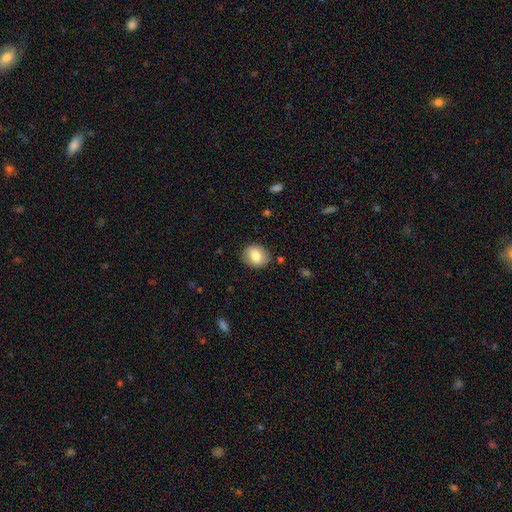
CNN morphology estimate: smooth-or-featured: smooth: 79% | featured or disk: 13% | star or artifact: 8%
  how-rounded: round: 55% | in between: 44% | cigar-shaped: 1%
  merging: none: 85% | minor disturbance: 11% | major disturbance: 3% | merger: 1%